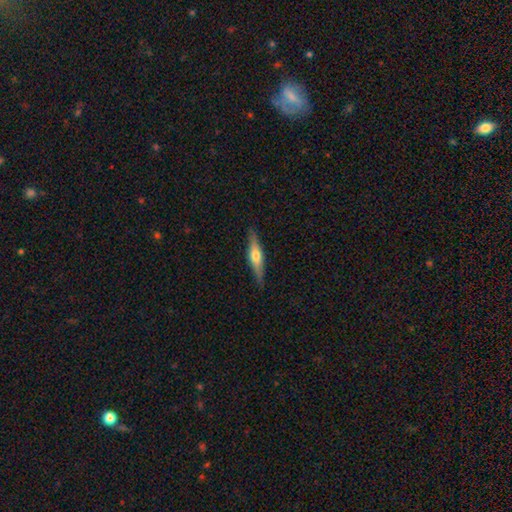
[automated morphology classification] The model was most divided on "smooth or featured": featured or disk: 59%, smooth: 35%, star or artifact: 6%. More confident: edge-on disk — yes (95%); merging — none (88%); edge-on bulge — rounded (87%).